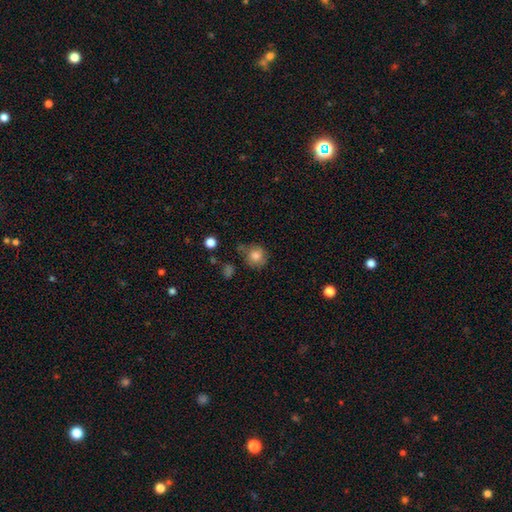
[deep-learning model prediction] Q: Smooth or featured?
A: smooth (79%); runner-up: featured or disk (11%)
Q: How rounded?
A: round (87%); runner-up: in between (12%)
Q: Merging?
A: none (64%); runner-up: minor disturbance (22%)